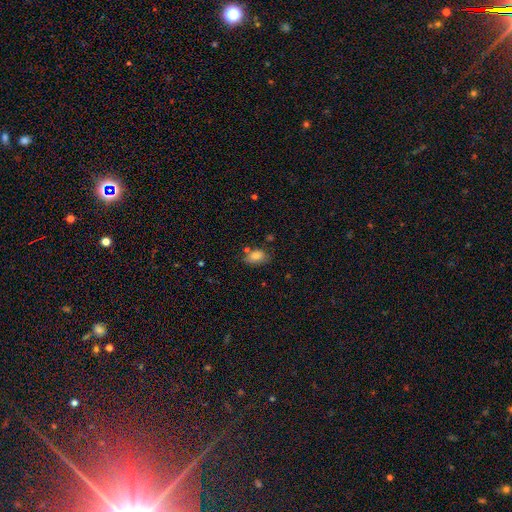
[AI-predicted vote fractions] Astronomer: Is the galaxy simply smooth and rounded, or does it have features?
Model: smooth — 82%.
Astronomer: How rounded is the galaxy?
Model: in between — 85%.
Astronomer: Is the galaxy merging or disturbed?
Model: none — 65%.